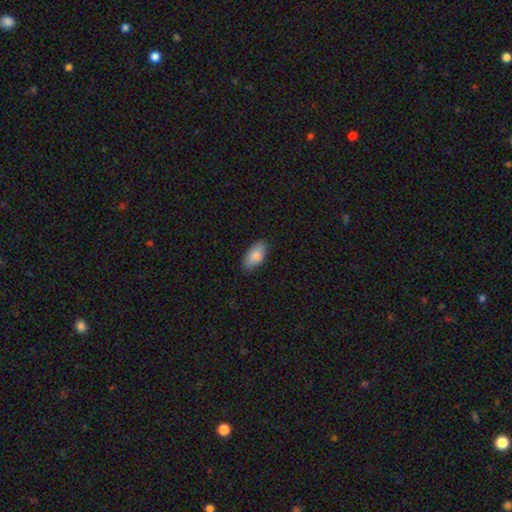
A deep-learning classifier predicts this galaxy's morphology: smooth_or_featured: smooth (p=0.83) [alt: featured or disk p=0.11]
how_rounded: in between (p=0.92) [alt: cigar-shaped p=0.05]
merging: none (p=0.83) [alt: minor disturbance p=0.14]